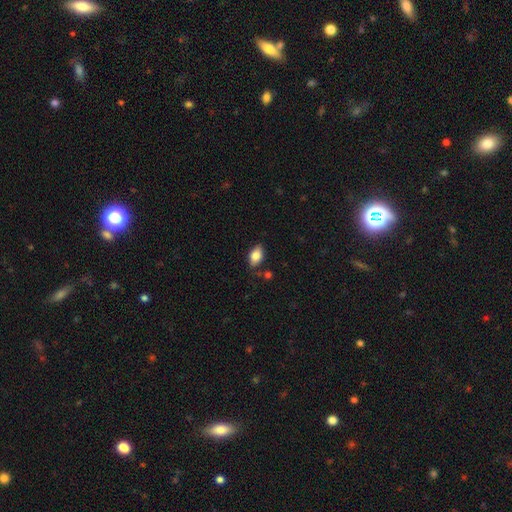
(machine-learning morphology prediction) Smooth or featured? Predicted: smooth (p=0.83). How rounded? Predicted: in between (p=0.90). Merging? Predicted: none (p=0.79).